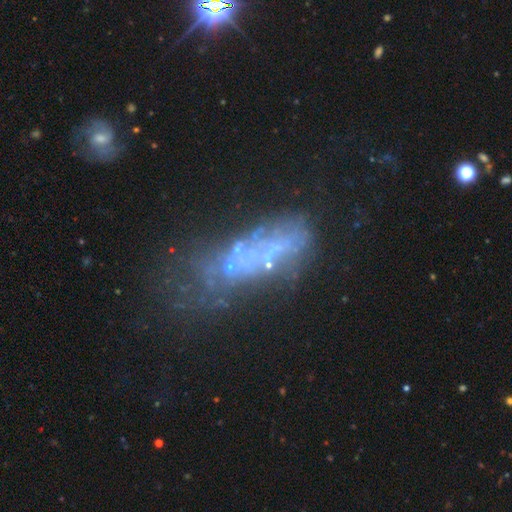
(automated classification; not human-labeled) A featured or disk galaxy (50%).

Vote fractions:
- Smooth or featured? featured or disk: 50% / smooth: 25% / star or artifact: 25%
- Edge-on disk? no: 87% / yes: 13%
- Merging? major disturbance: 32% / none: 30% / merger: 21% / minor disturbance: 17%